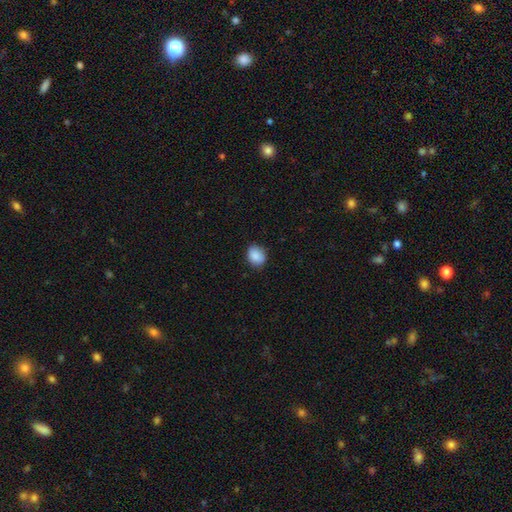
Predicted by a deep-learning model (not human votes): This appears to be a smooth galaxy with no disk features (88%) that is round (50%). Merging: none (81%).